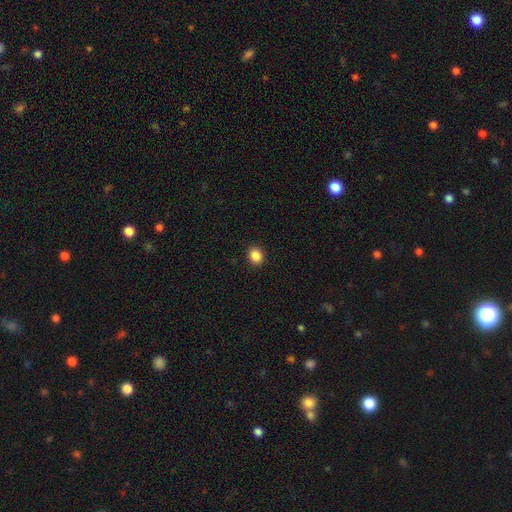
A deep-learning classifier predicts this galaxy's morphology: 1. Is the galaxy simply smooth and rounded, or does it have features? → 87% smooth, 10% star or artifact, 3% featured or disk.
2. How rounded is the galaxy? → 59% round, 40% in between, 1% cigar-shaped.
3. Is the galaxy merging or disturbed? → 91% none, 6% minor disturbance, 2% major disturbance, 1% merger.